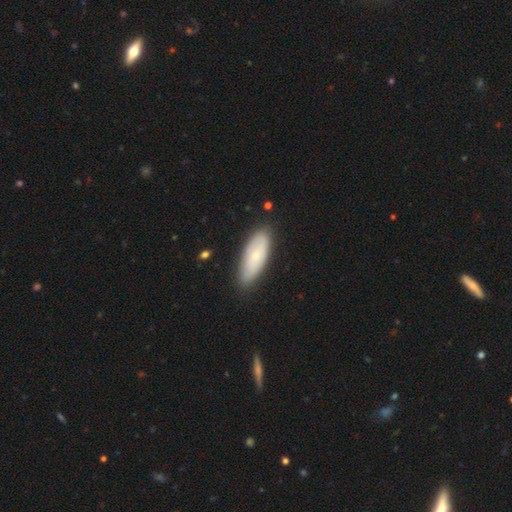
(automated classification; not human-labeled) A smooth galaxy with no disk features (62%) that is in between round and cigar-shaped (75%). Merging: none (82%).